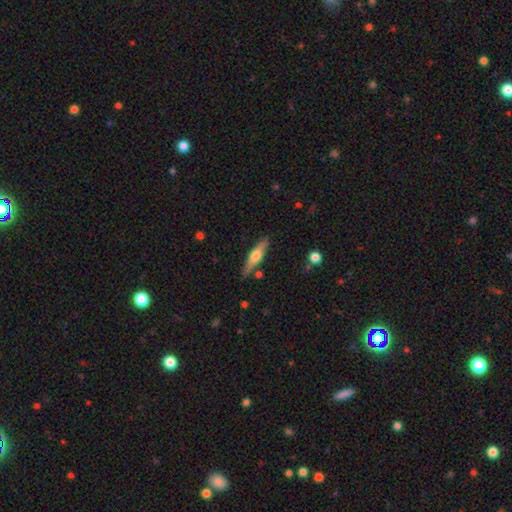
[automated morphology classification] Smooth or featured? Predicted: featured or disk (p=0.48). Merging? Predicted: none (p=0.80).